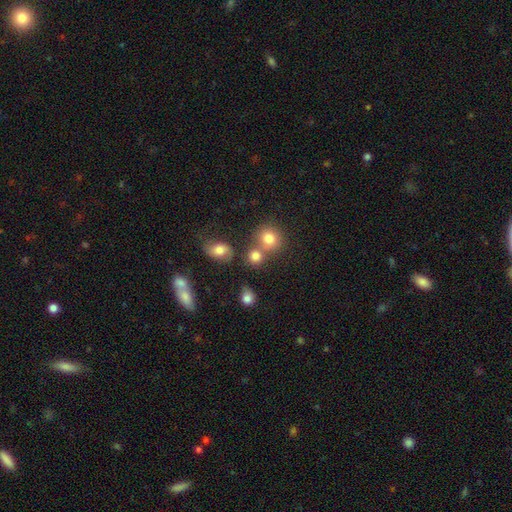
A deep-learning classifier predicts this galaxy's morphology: type=smooth (77%); roundness=round (81%); merging=none (56%).